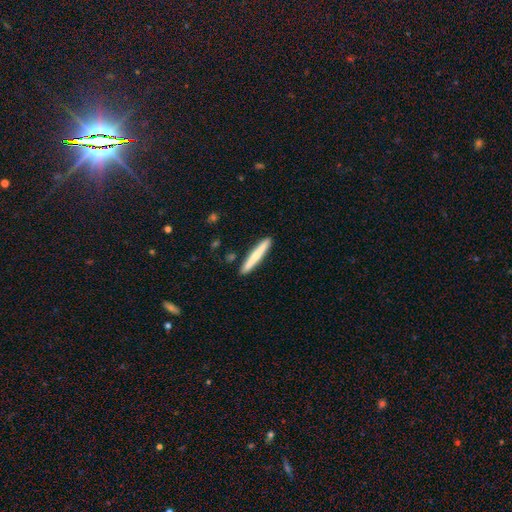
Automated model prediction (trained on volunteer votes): smooth 62%, featured or disk 33%, star or artifact 5%. Down the decision tree: how rounded — cigar-shaped (95%); merging — none (90%).